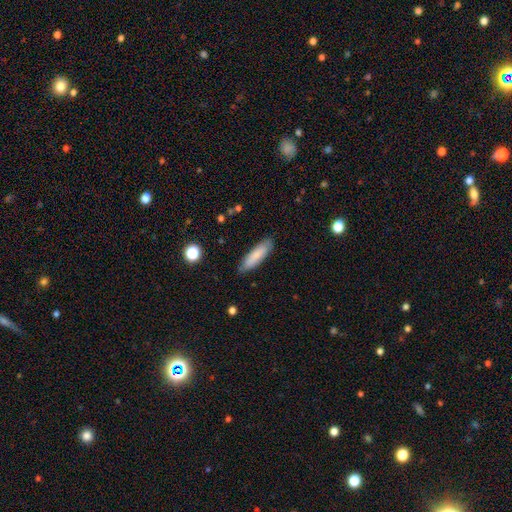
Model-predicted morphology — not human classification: smooth_or_featured: smooth (p=0.82) [alt: featured or disk p=0.11]
how_rounded: cigar-shaped (p=0.64) [alt: in between p=0.34]
merging: none (p=0.84) [alt: minor disturbance p=0.12]